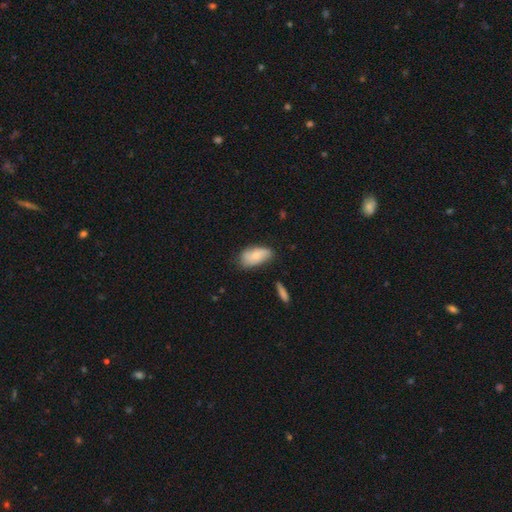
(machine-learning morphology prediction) Smooth or featured?
  - smooth: 68% *
  - featured or disk: 25%
  - star or artifact: 6%
How rounded?
  - in between: 92% *
  - cigar-shaped: 5%
  - round: 4%
Merging?
  - none: 62% *
  - minor disturbance: 29%
  - major disturbance: 6%
  - merger: 3%